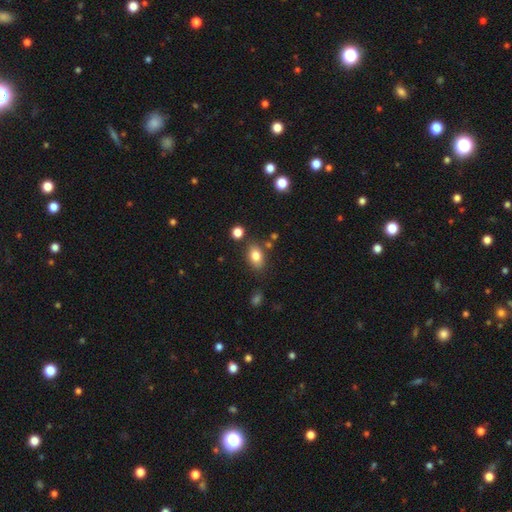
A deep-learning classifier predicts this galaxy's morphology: Overall: smooth (81%). How rounded: in between (84%). Merging: none (78%).